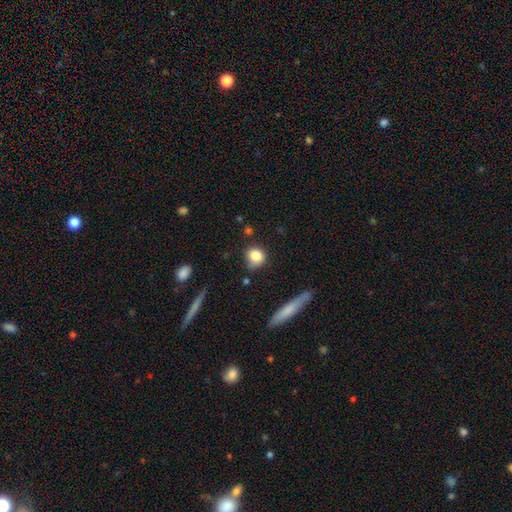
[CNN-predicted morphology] Smooth or featured? smooth (83%)
How rounded? round (76%)
Merging? none (70%)